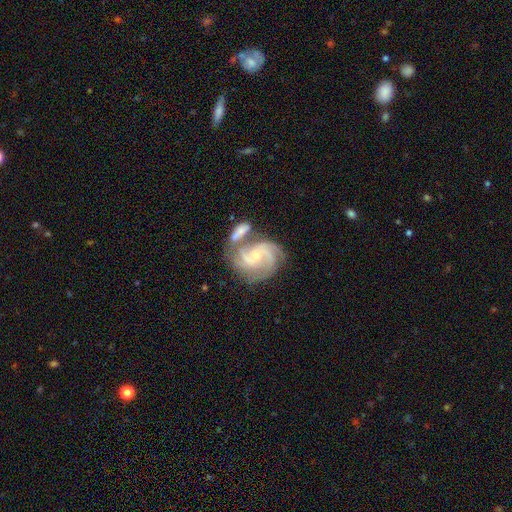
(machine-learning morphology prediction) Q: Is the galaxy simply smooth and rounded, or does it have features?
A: featured or disk — 88%.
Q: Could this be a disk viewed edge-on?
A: no — 98%.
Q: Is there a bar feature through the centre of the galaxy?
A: no — 59%.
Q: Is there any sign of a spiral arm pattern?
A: yes — 97%.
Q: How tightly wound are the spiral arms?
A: medium — 45%, tied with tight.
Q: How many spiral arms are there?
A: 3 — 48%.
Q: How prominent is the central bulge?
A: small — 65%.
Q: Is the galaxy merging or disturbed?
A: none — 41%.